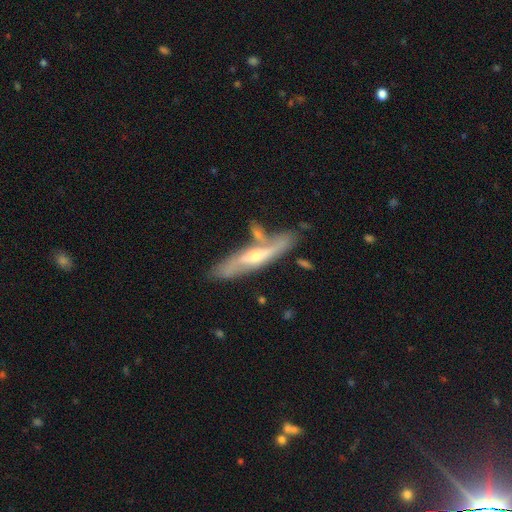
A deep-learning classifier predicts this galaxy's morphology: smooth_or_featured: featured or disk (p=0.69) [alt: smooth p=0.26]
disk_edge_on: yes (p=0.59) [alt: no p=0.41]
merging: none (p=0.54) [alt: merger p=0.20]